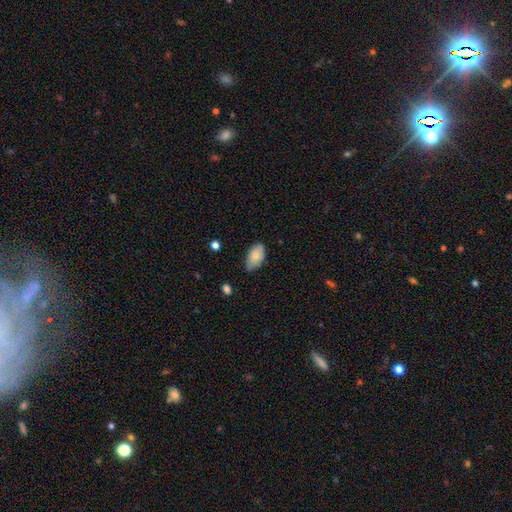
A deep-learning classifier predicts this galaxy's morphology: This is likely a smooth galaxy (79%). How rounded: clearly in between (93%). Merging: likely none (61%).